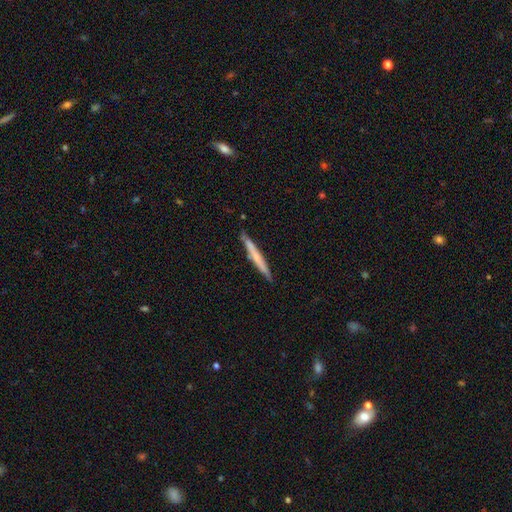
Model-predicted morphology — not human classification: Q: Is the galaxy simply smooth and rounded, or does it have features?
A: smooth — 49%.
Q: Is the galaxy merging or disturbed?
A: none — 89%.